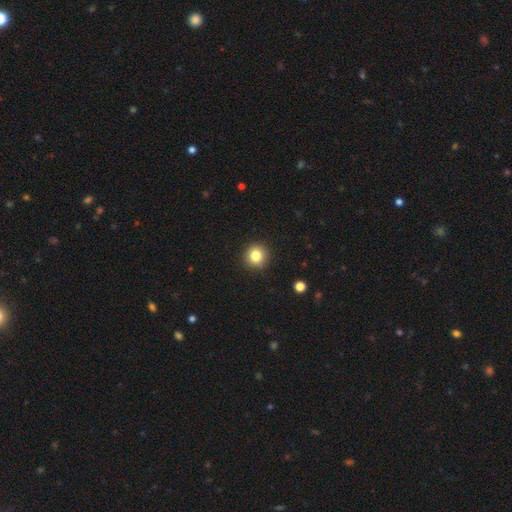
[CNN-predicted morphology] Smooth or featured? smooth (83%)
How rounded? round (90%)
Merging? none (91%)